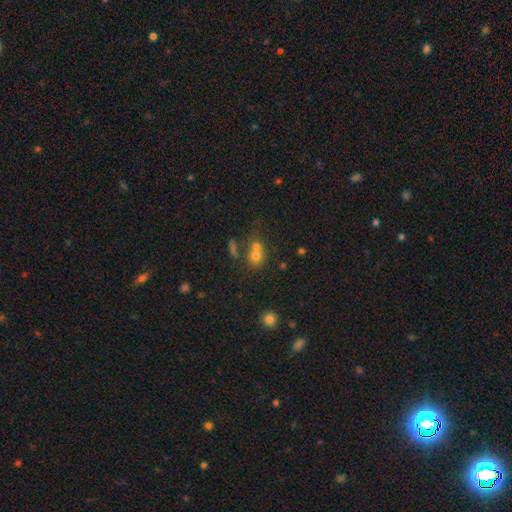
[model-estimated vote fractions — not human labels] Smooth or featured? Predicted: smooth (p=0.67). How rounded? Predicted: round (p=0.74). Merging? Predicted: merger (p=0.52).